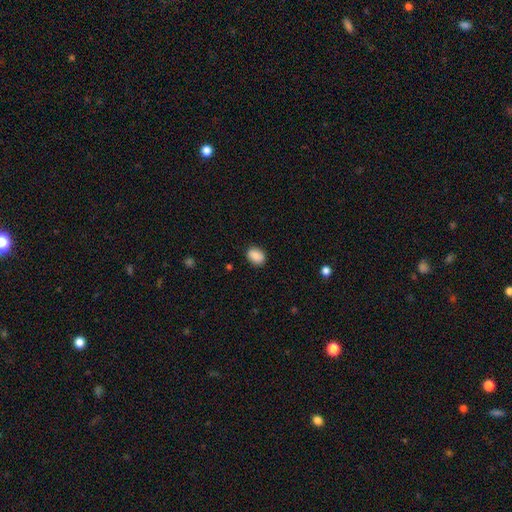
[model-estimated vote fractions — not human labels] The model was most divided on "how rounded": in between: 65%, round: 34%, cigar-shaped: 1%. More confident: smooth or featured — smooth (87%); merging — none (87%).